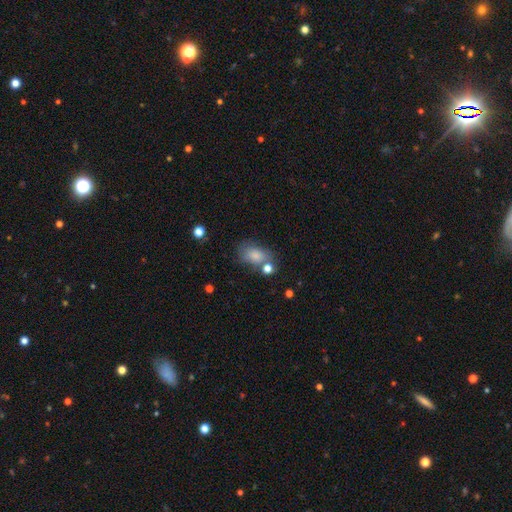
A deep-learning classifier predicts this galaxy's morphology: smooth 80%, featured or disk 10%, star or artifact 10%. Down the decision tree: how rounded — in between (83%); merging — none (55%).